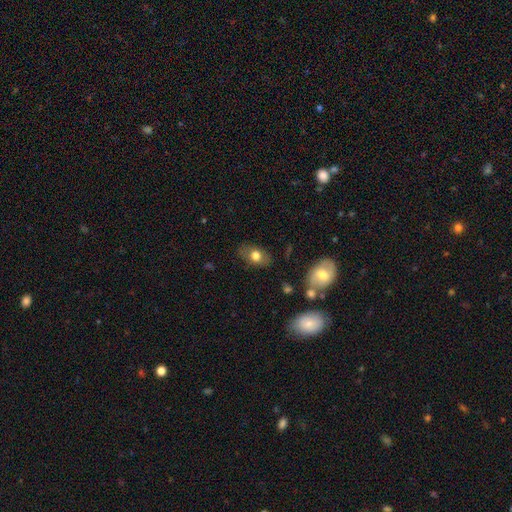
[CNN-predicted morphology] smooth-or-featured: smooth: 73% | featured or disk: 19% | star or artifact: 9%
  how-rounded: in between: 80% | round: 18% | cigar-shaped: 2%
  merging: none: 78% | minor disturbance: 15% | major disturbance: 4% | merger: 3%